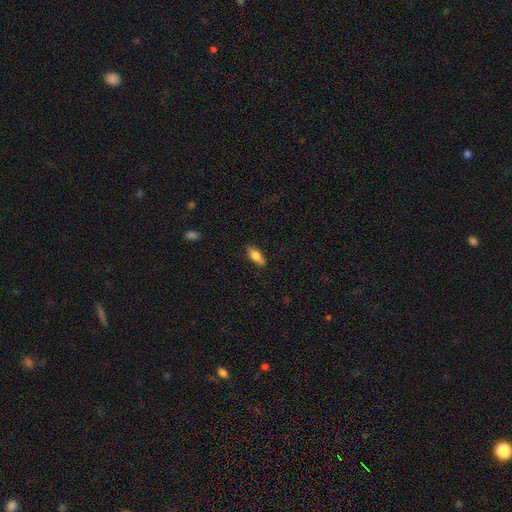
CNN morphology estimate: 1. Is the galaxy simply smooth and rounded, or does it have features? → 74% smooth, 20% featured or disk, 7% star or artifact.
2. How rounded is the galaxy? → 76% in between, 21% cigar-shaped, 3% round.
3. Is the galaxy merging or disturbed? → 82% none, 13% minor disturbance, 3% major disturbance, 2% merger.